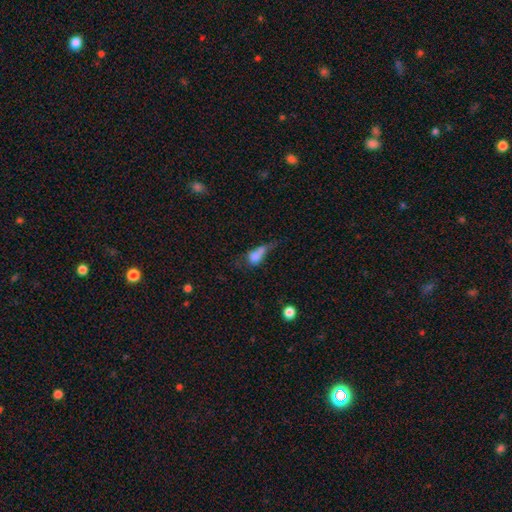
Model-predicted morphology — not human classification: Smooth or featured: smooth — 66% (featured or disk — 21%)
How rounded: in between — 59% (round — 30%)
Merging: major disturbance — 35% (merger — 26%)